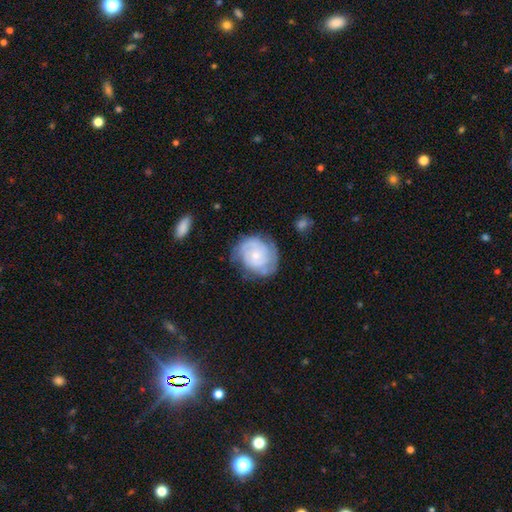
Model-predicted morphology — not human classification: A featured or disk galaxy (72%) with no bar (77%), 2 (36%) tight (63%) spiral arms (89%) and a small central bulge (73%). Merging: none (68%).